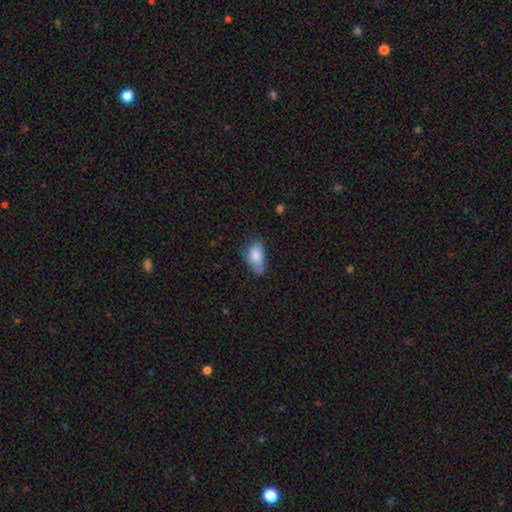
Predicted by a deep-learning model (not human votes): A smooth galaxy with no disk features (79%) that is in between round and cigar-shaped (92%). Merging: none (49%).